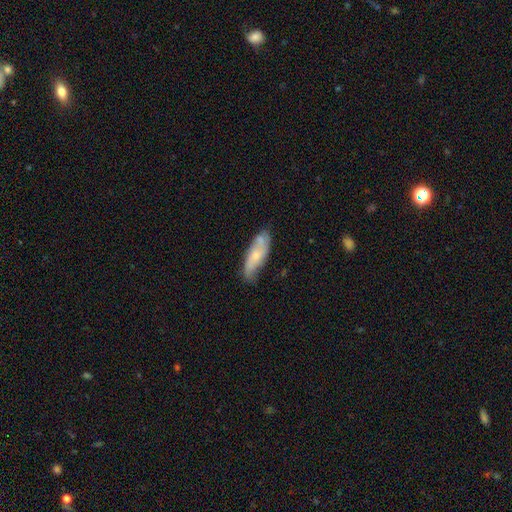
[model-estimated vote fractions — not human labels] Smooth or featured: smooth — 51% (featured or disk — 43%)
How rounded: in between — 57% (cigar-shaped — 41%)
Merging: none — 57% (minor disturbance — 28%)